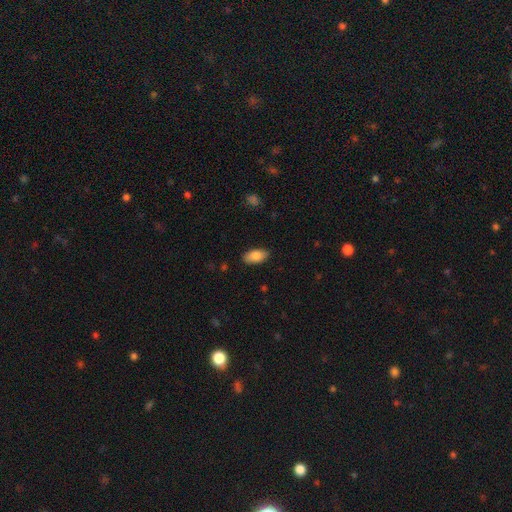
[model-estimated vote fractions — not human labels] Morphology: type=smooth (85%); roundness=in between (92%); merging=none (87%).